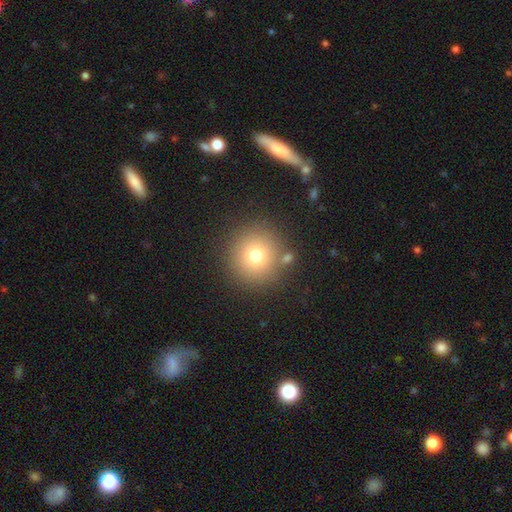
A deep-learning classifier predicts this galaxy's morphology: A smooth galaxy with no disk features (75%) that is round (95%). Merging: none (84%).